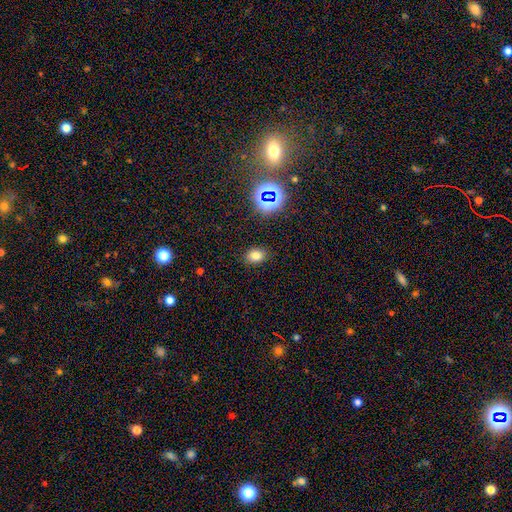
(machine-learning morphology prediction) Q: Smooth or featured?
A: smooth (75%); runner-up: star or artifact (18%)
Q: How rounded?
A: in between (68%); runner-up: round (31%)
Q: Merging?
A: none (86%); runner-up: minor disturbance (9%)